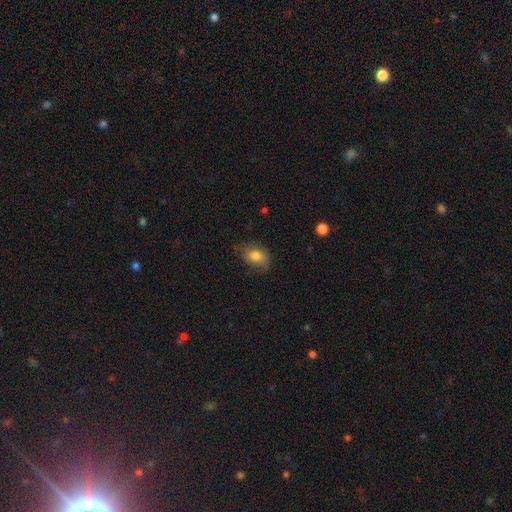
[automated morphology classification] The model was most divided on "merging": none: 66%, minor disturbance: 25%, major disturbance: 8%, merger: 1%. More confident: how rounded — in between (79%); smooth or featured — smooth (78%).